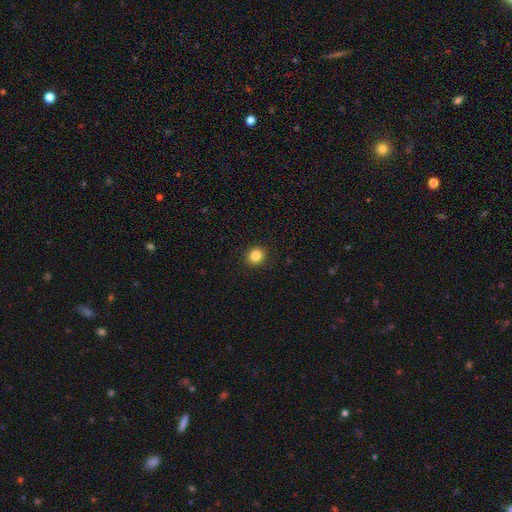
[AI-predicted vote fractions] smooth-or-featured: smooth: 84% | star or artifact: 11% | featured or disk: 5%
  how-rounded: round: 85% | in between: 14% | cigar-shaped: 1%
  merging: none: 92% | minor disturbance: 5% | major disturbance: 2% | merger: 1%